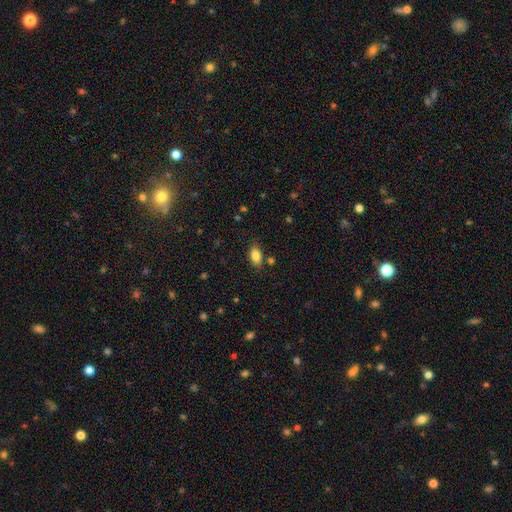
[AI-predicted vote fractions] Overall: smooth (82%). How rounded: in between (89%). Merging: none (81%).